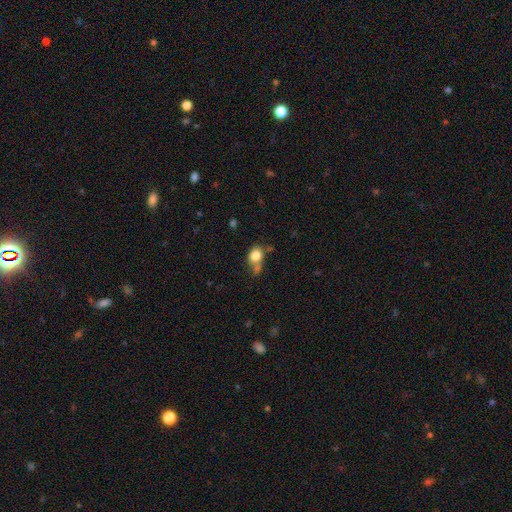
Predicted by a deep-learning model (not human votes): The model was most divided on "how rounded": round: 58%, in between: 41%, cigar-shaped: 1%. Remaining: smooth or featured — smooth (80%); merging — none (44%).